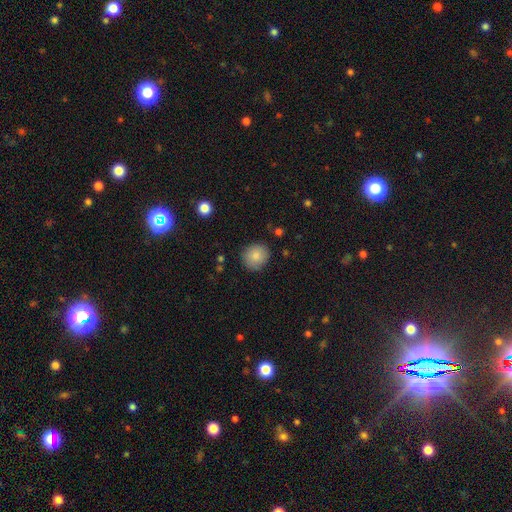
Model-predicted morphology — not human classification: This appears to be a smooth galaxy with no disk features (85%) that is round (87%). Merging: none (87%).